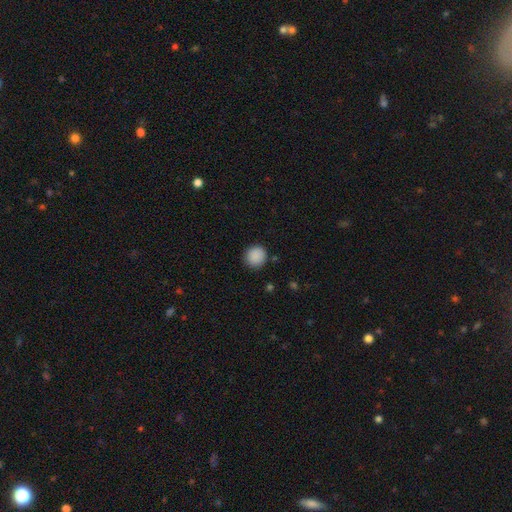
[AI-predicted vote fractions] Smooth or featured?
  - smooth: 89% *
  - star or artifact: 8%
  - featured or disk: 3%
How rounded?
  - round: 90% *
  - in between: 9%
  - cigar-shaped: 1%
Merging?
  - none: 87% *
  - minor disturbance: 9%
  - major disturbance: 3%
  - merger: 2%